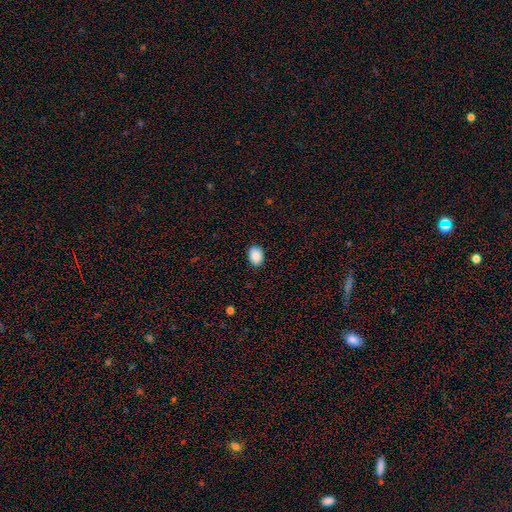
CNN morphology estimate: Smooth or featured?
  - smooth: 89% *
  - star or artifact: 8%
  - featured or disk: 4%
How rounded?
  - in between: 72% *
  - round: 27%
  - cigar-shaped: 1%
Merging?
  - none: 88% *
  - minor disturbance: 9%
  - major disturbance: 2%
  - merger: 1%